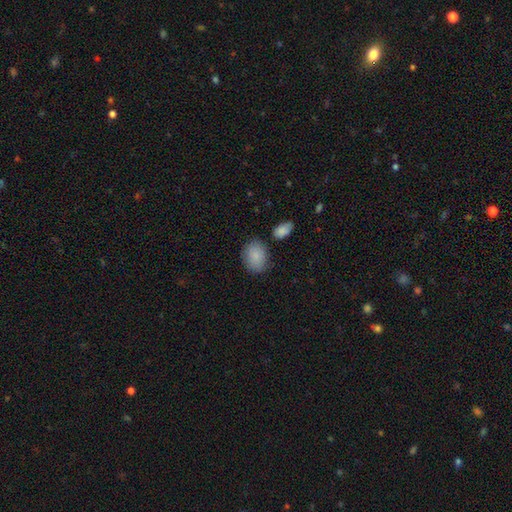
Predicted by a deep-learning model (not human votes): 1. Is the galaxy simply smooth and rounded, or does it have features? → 87% smooth, 6% star or artifact, 6% featured or disk.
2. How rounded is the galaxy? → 71% in between, 28% round, 1% cigar-shaped.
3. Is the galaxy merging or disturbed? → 75% none, 15% minor disturbance, 6% merger, 4% major disturbance.